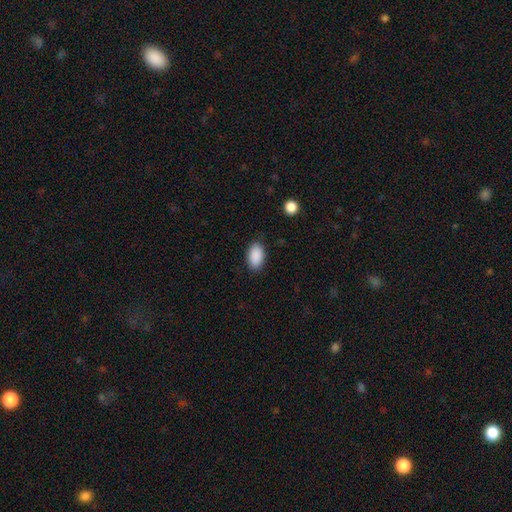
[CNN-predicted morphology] Smooth or featured: smooth — 90% (star or artifact — 7%)
How rounded: in between — 93% (round — 6%)
Merging: none — 86% (minor disturbance — 11%)